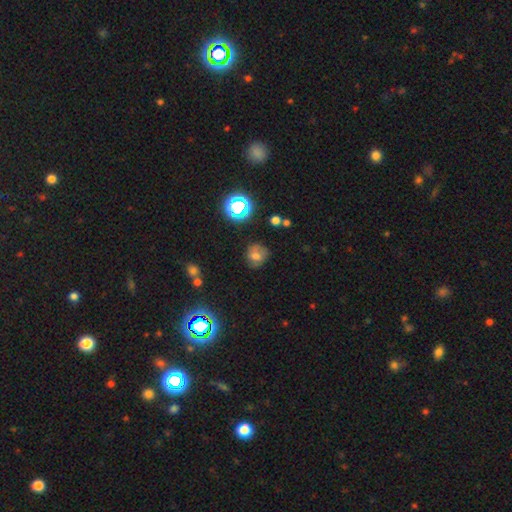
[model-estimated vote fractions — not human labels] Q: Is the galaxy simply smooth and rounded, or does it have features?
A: smooth — 61%.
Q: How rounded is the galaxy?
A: round — 77%.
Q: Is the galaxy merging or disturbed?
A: none — 64%.